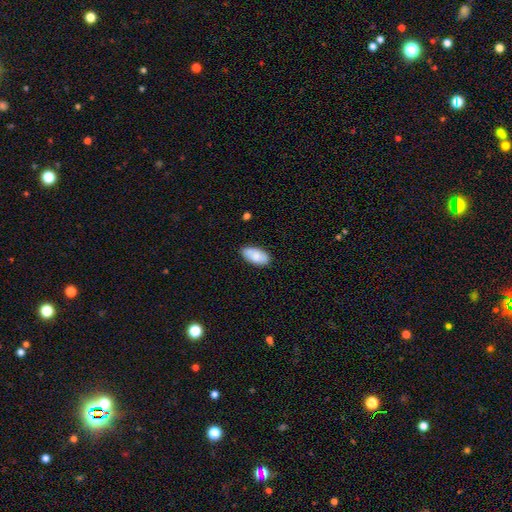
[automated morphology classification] smooth-or-featured: smooth: 84% | featured or disk: 10% | star or artifact: 6%
  how-rounded: in between: 94% | cigar-shaped: 3% | round: 2%
  merging: none: 83% | minor disturbance: 13% | major disturbance: 2% | merger: 1%